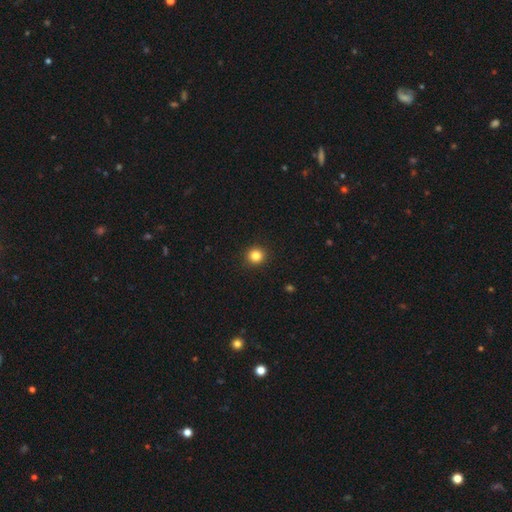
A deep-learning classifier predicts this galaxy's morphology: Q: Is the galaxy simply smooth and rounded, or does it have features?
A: smooth — 84%.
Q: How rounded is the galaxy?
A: round — 92%.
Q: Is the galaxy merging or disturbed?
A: none — 93%.